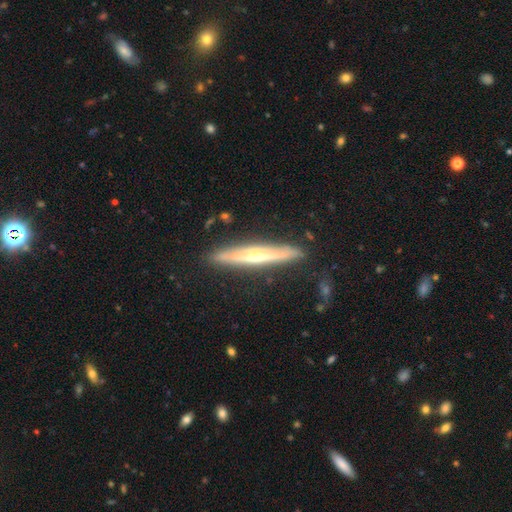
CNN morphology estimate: Smooth or featured: featured or disk — 68% (smooth — 26%)
Edge-on disk: yes — 93% (no — 7%)
Edge-on bulge: rounded — 72% (none — 22%)
Merging: none — 86% (minor disturbance — 11%)